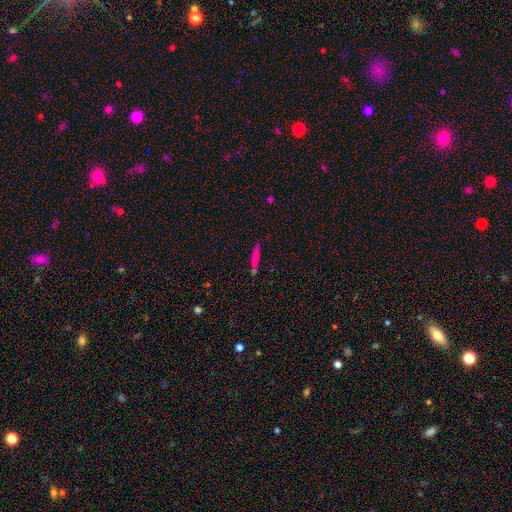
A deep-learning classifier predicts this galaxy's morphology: The model was most divided on "smooth or featured": smooth: 68%, featured or disk: 23%, star or artifact: 9%. More confident: how rounded — cigar-shaped (94%); merging — none (82%).